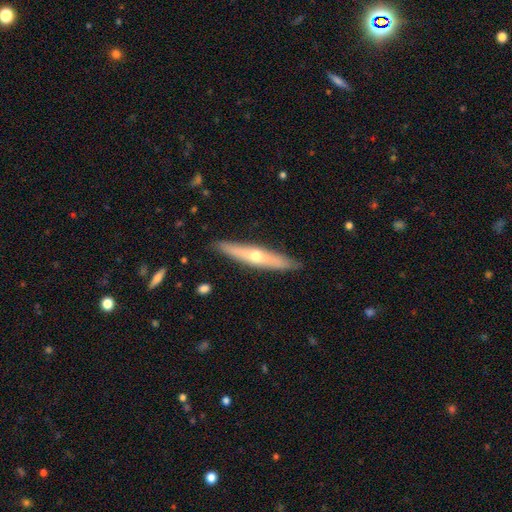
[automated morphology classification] smooth-or-featured: featured or disk: 59% | smooth: 36% | star or artifact: 6%
  disk-edge-on: yes: 90% | no: 10%
    edge-on-bulge: rounded: 87% | none: 11% | boxy: 2%
  merging: none: 89% | minor disturbance: 8% | major disturbance: 2% | merger: 1%